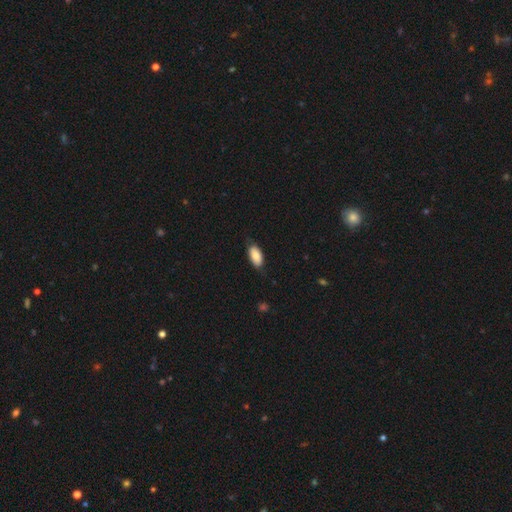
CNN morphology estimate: The model was most divided on "merging": none: 74%, minor disturbance: 22%, major disturbance: 4%, merger: 1%. More confident: how rounded — in between (92%); smooth or featured — smooth (85%).